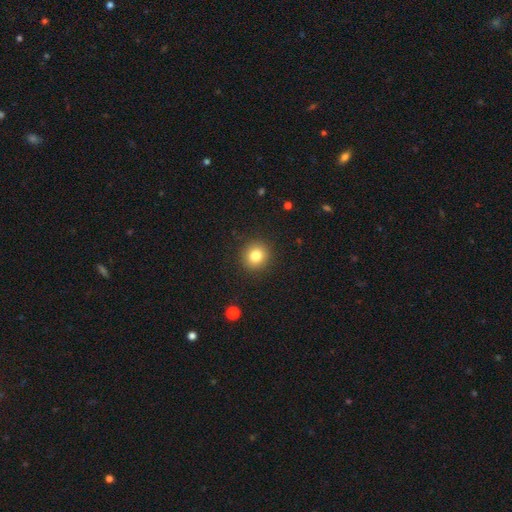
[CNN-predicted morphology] Smooth or featured?
  - smooth: 81% *
  - star or artifact: 12%
  - featured or disk: 8%
How rounded?
  - round: 88% *
  - in between: 11%
  - cigar-shaped: 1%
Merging?
  - none: 91% *
  - minor disturbance: 6%
  - major disturbance: 2%
  - merger: 1%